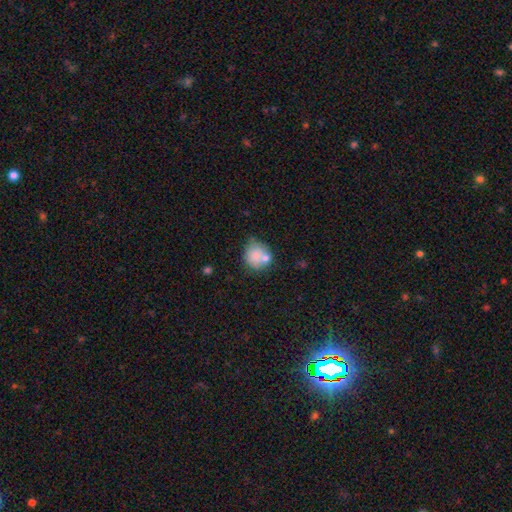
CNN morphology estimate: Smooth or featured? smooth (79%)
How rounded? round (78%)
Merging? none (55%)